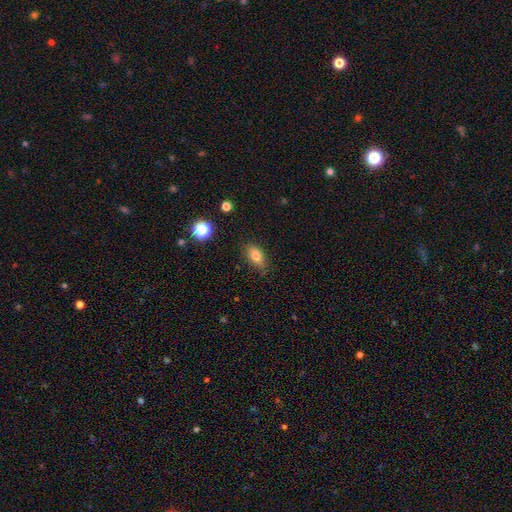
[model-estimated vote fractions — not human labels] This appears to be a smooth galaxy with no disk features (80%) that is in between round and cigar-shaped (84%). Merging: none (80%).